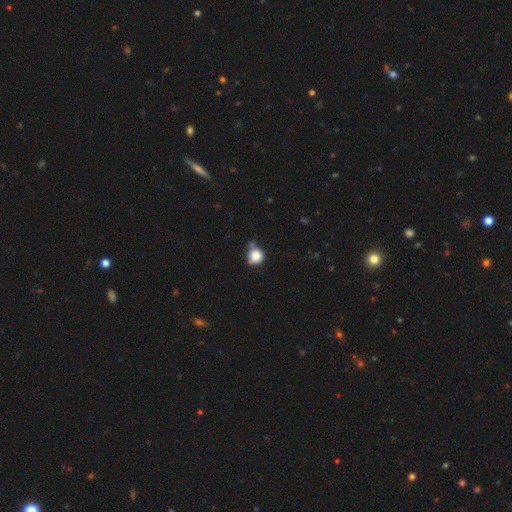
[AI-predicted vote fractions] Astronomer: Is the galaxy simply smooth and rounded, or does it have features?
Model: smooth — 85%.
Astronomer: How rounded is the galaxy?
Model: round — 89%.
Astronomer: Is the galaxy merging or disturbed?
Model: none — 53%.